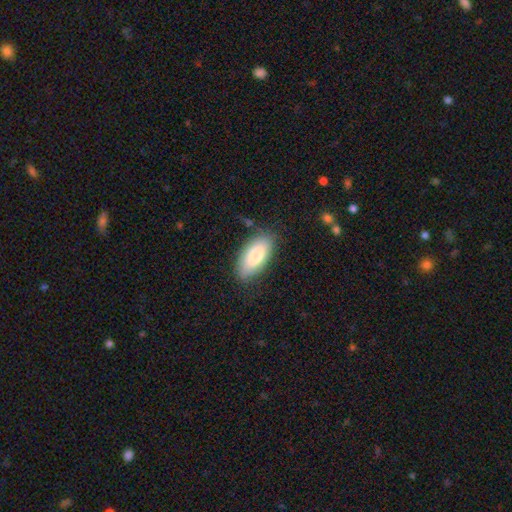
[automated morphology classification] smooth_or_featured: smooth (p=0.78) [alt: featured or disk p=0.15]
how_rounded: in between (p=0.91) [alt: cigar-shaped p=0.06]
merging: none (p=0.81) [alt: minor disturbance p=0.14]